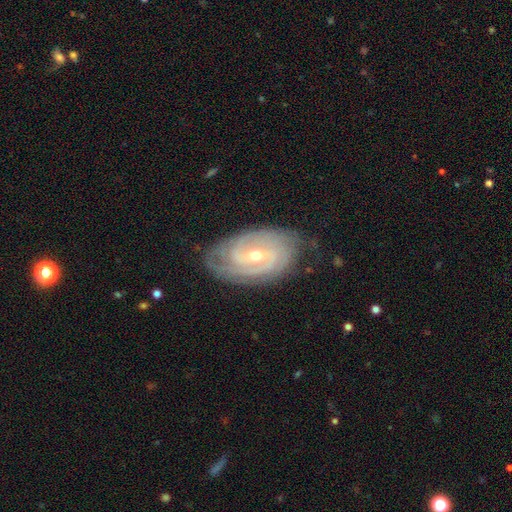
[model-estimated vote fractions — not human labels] Overall: featured or disk (88%). Edge-on disk: no (96%). Bar: no (45%; weak 41%). Spiral arms: yes (97%). Spiral arm count: 2 (35%; can't tell 25%). Spiral winding: tight (73%). Bulge size: moderate (51%; small 46%). Merging: none (75%).